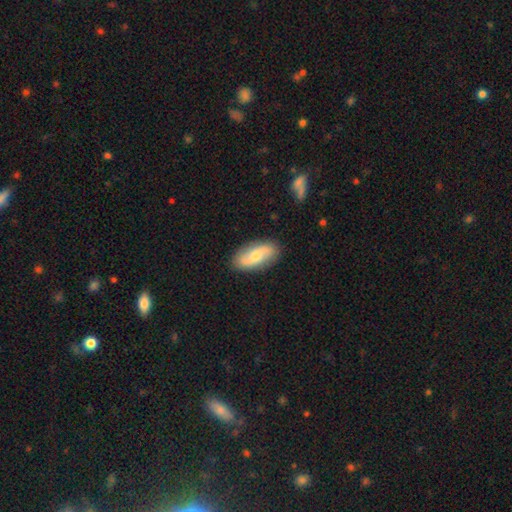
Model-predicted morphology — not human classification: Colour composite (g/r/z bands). It shows a featured or disk galaxy (58%) with no bar (46%), spiral arms (86%) and a moderate central bulge (51%). Merging: none (87%).